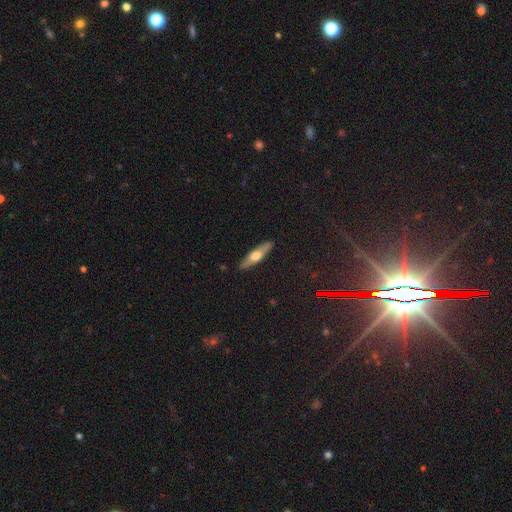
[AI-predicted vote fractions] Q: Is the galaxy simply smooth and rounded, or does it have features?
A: featured or disk — 49%.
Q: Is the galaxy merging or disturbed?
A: none — 89%.